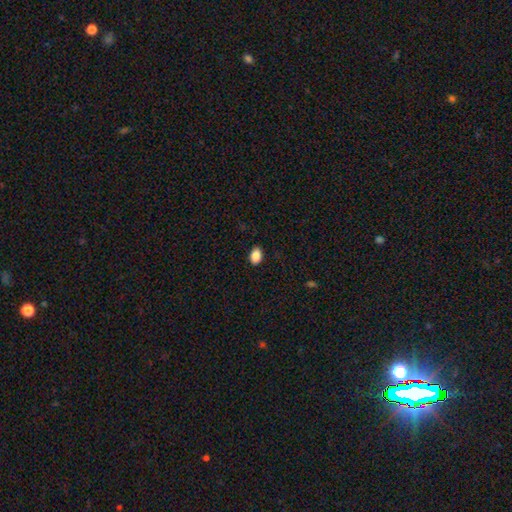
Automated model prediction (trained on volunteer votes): smooth-or-featured: smooth: 88% | star or artifact: 8% | featured or disk: 4%
  how-rounded: in between: 86% | round: 12% | cigar-shaped: 1%
  merging: none: 88% | minor disturbance: 9% | major disturbance: 2% | merger: 1%